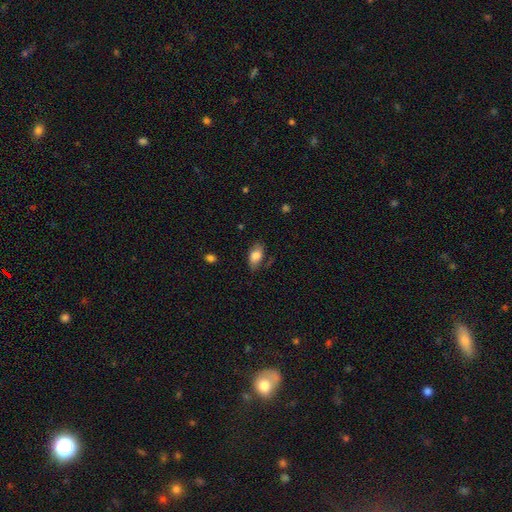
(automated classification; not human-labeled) Overall: smooth (77%). How rounded: in between (90%). Merging: none (68%).